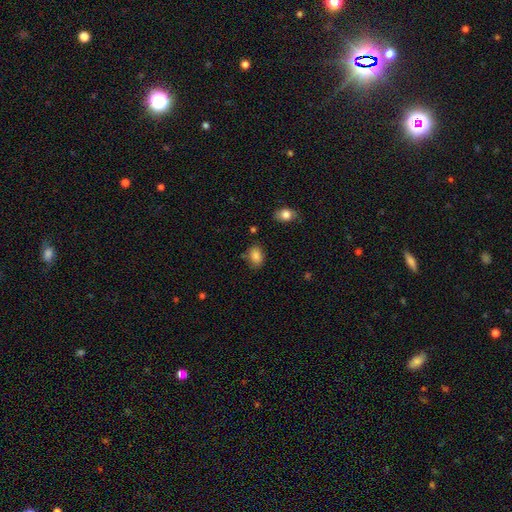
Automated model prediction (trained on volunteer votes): This is clearly a smooth galaxy (84%). How rounded: clearly in between (82%). Merging: likely none (74%).